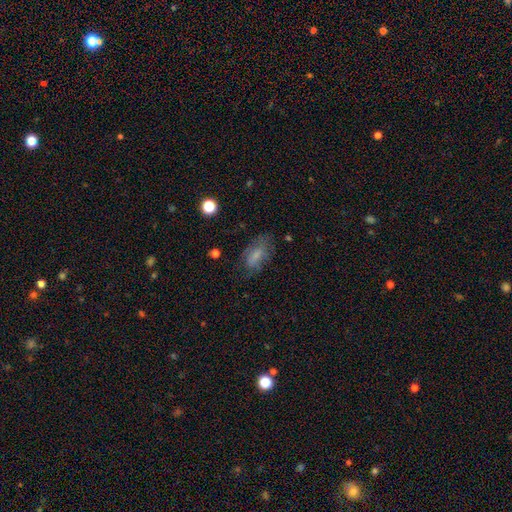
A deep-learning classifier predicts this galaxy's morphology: Smooth or featured? smooth (66%)
How rounded? in between (87%)
Merging? none (59%)